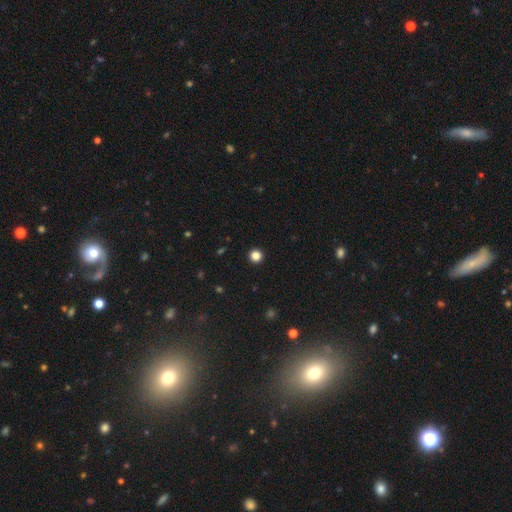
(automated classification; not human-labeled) This appears to be a smooth galaxy with no disk features (84%) that is round (96%). Merging: none (94%).